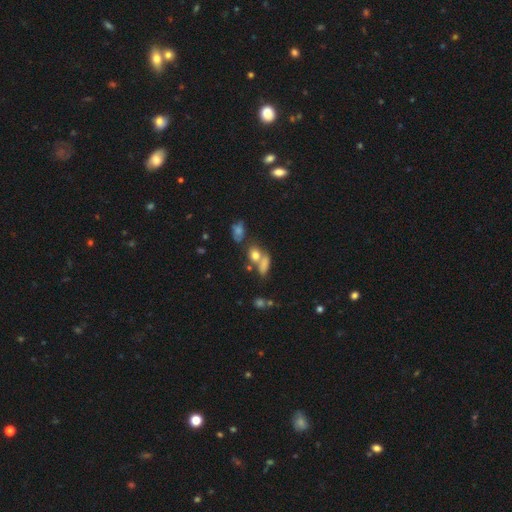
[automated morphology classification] smooth_or_featured: smooth (p=0.71) [alt: star or artifact p=0.15]
how_rounded: in between (p=0.57) [alt: round p=0.33]
merging: none (p=0.42) [alt: merger p=0.38]